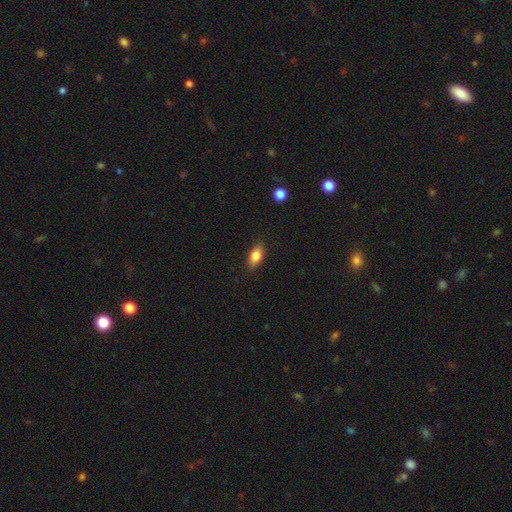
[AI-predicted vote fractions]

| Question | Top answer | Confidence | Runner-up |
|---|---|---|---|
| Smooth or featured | smooth | 82% | featured or disk (10%) |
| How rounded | in between | 86% | cigar-shaped (9%) |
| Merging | none | 87% | minor disturbance (10%) |